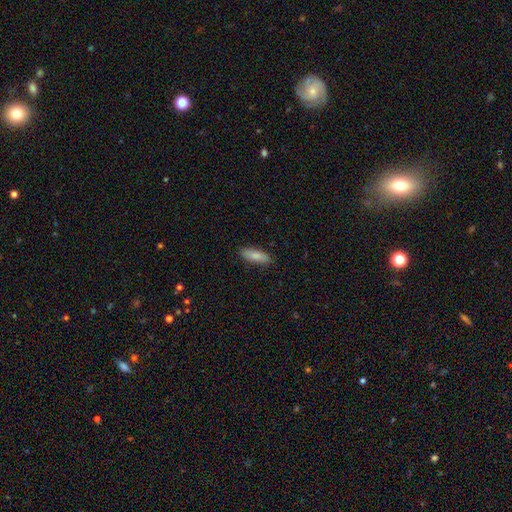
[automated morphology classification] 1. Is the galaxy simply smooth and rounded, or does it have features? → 85% smooth, 9% featured or disk, 6% star or artifact.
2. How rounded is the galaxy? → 59% in between, 39% cigar-shaped, 2% round.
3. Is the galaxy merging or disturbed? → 87% none, 10% minor disturbance, 2% major disturbance, 1% merger.